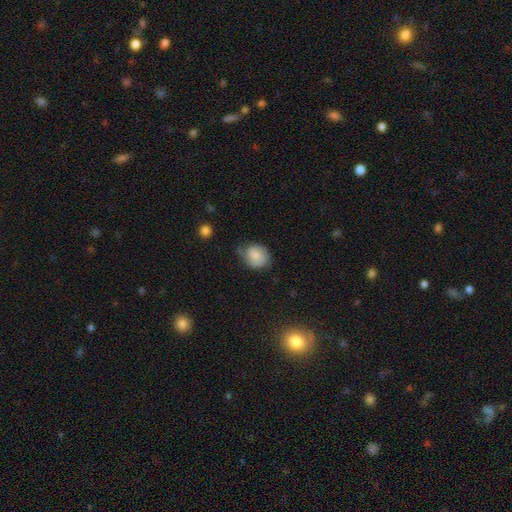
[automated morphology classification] The model was most divided on "merging": none: 45%, minor disturbance: 36%, major disturbance: 18%, merger: 2%. More confident: smooth or featured — smooth (61%); how rounded — round (57%).